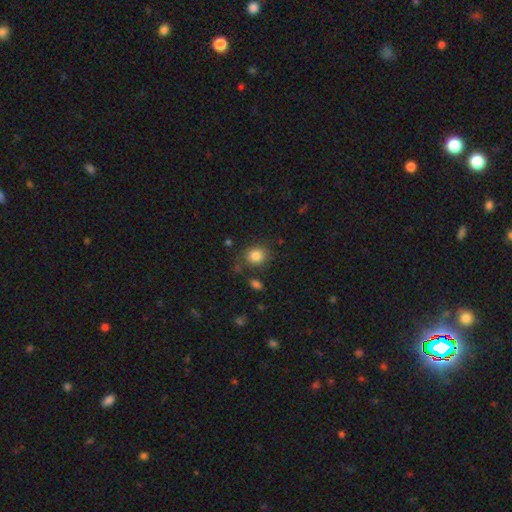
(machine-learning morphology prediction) This appears to be a smooth galaxy with no disk features (84%) that is round (69%). Merging: none (77%).